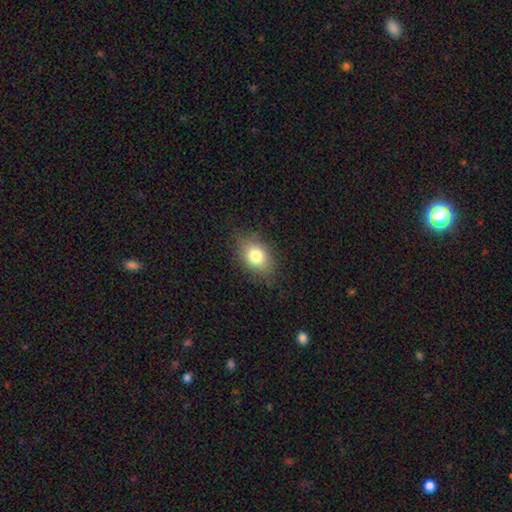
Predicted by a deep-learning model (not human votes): Smooth or featured?
  - smooth: 79% *
  - featured or disk: 11%
  - star or artifact: 10%
How rounded?
  - in between: 72% *
  - round: 26%
  - cigar-shaped: 1%
Merging?
  - none: 80% *
  - minor disturbance: 15%
  - major disturbance: 4%
  - merger: 1%